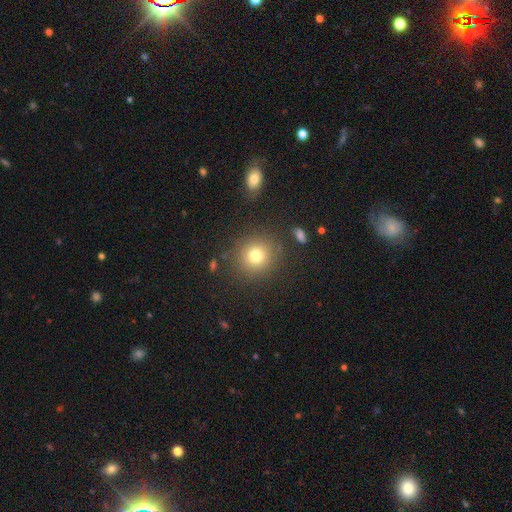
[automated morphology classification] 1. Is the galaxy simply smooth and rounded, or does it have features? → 76% smooth, 14% star or artifact, 10% featured or disk.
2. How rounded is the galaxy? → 90% round, 9% in between, 1% cigar-shaped.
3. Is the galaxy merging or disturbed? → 86% none, 8% minor disturbance, 4% major disturbance, 3% merger.